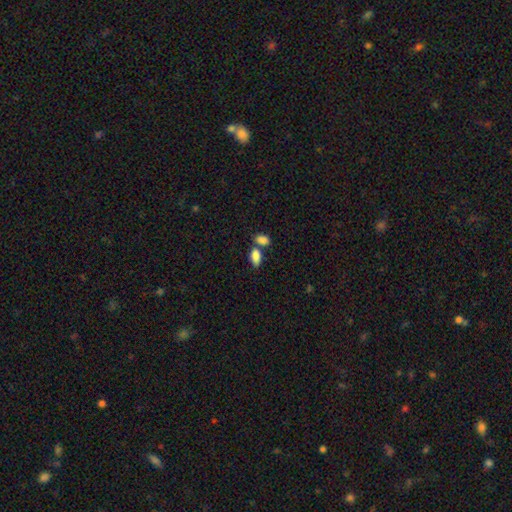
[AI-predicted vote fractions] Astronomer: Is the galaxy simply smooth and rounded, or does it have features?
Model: smooth — 87%.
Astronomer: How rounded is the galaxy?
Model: in between — 92%.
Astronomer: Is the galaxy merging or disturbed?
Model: none — 46% (runner-up: merger, 40%).